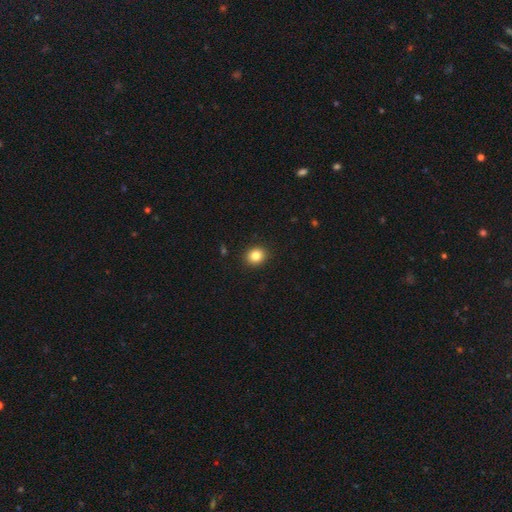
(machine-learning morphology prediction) This appears to be a smooth galaxy with no disk features (84%) that is round (71%). Merging: none (91%).